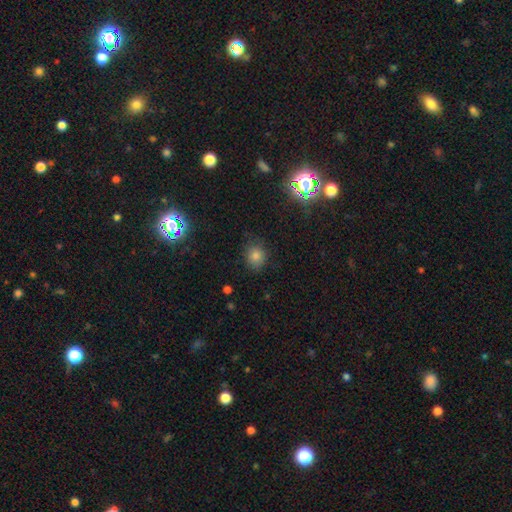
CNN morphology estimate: smooth 70%, star or artifact 23%, featured or disk 7%. Down the decision tree: how rounded — round (72%); merging — none (82%).